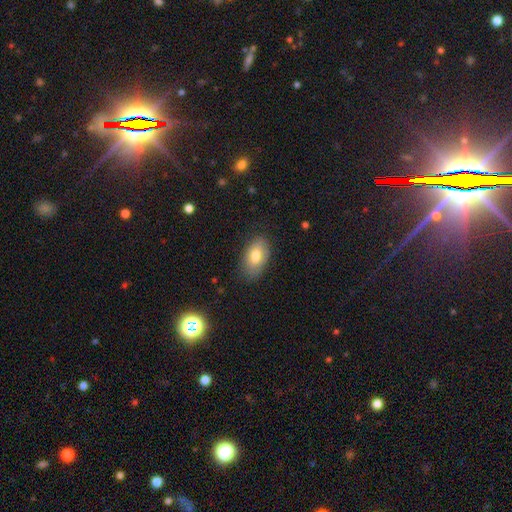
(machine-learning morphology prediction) Smooth or featured? Predicted: smooth (p=0.77). How rounded? Predicted: in between (p=0.93). Merging? Predicted: none (p=0.80).